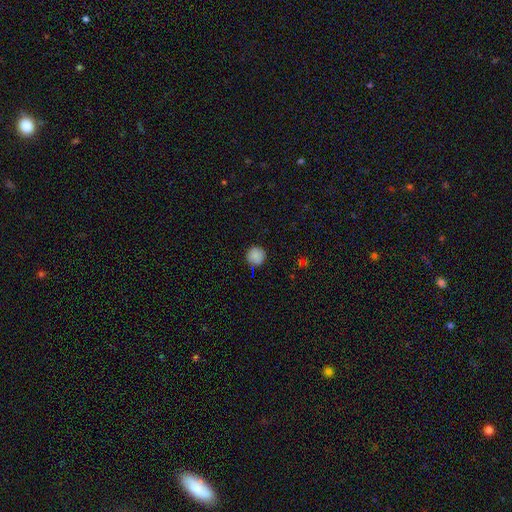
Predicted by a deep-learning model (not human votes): smooth-or-featured: smooth: 86% | star or artifact: 9% | featured or disk: 5%
  how-rounded: round: 94% | in between: 5% | cigar-shaped: 1%
  merging: none: 84% | minor disturbance: 12% | major disturbance: 2% | merger: 2%